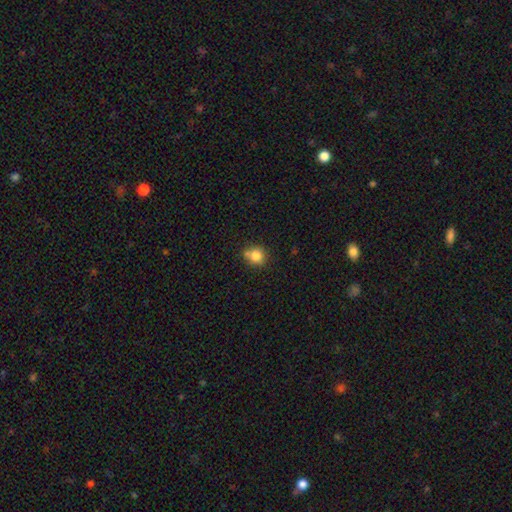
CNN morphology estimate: The model was most divided on "merging": none: 62%, minor disturbance: 19%, merger: 15%, major disturbance: 5%. More confident: how rounded — round (82%); smooth or featured — smooth (81%).